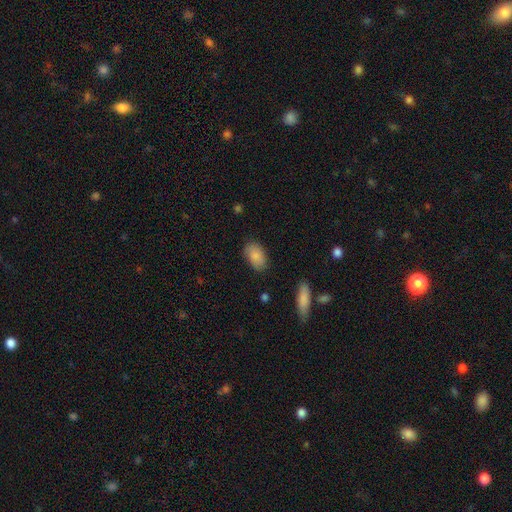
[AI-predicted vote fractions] A smooth galaxy with no disk features (85%) that is in between round and cigar-shaped (92%). Merging: none (80%).